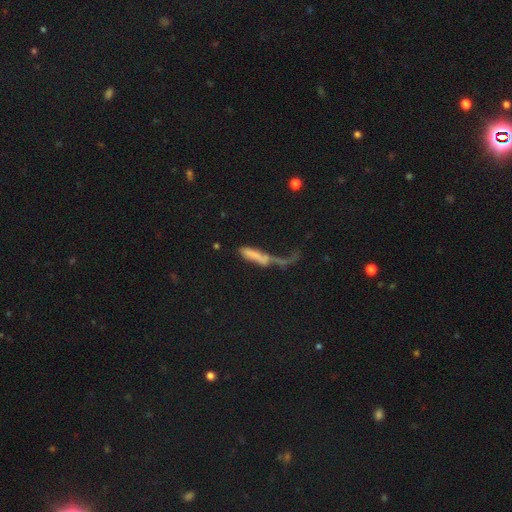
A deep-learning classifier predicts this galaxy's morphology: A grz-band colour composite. It shows a smooth galaxy with no disk features (59%) that is cigar-shaped (69%). Merging: major disturbance (42%).